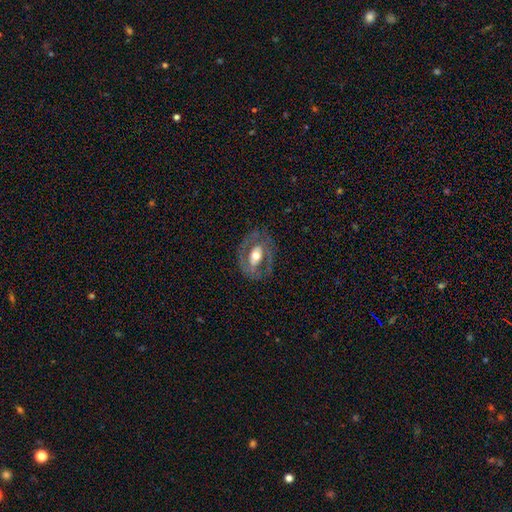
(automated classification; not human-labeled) Smooth or featured? Predicted: featured or disk (p=0.65). Edge-on disk? Predicted: no (p=0.93). Bar? Predicted: no (p=0.59). Spiral arms? Predicted: no (p=0.59). Bulge size? Predicted: moderate (p=0.64). Merging? Predicted: none (p=0.72).